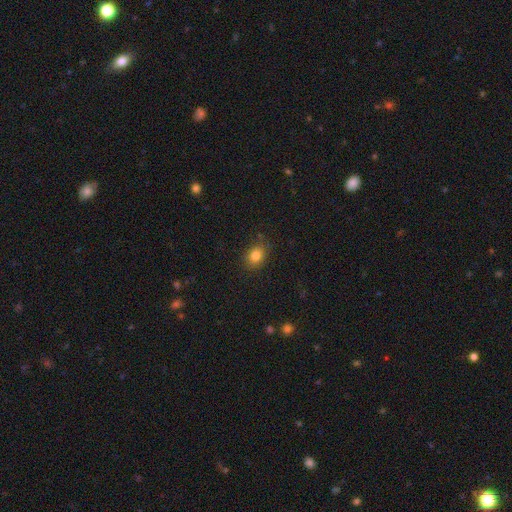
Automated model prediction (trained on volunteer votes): smooth 82%, star or artifact 11%, featured or disk 7%. Down the decision tree: how rounded — in between (53%); merging — none (83%).